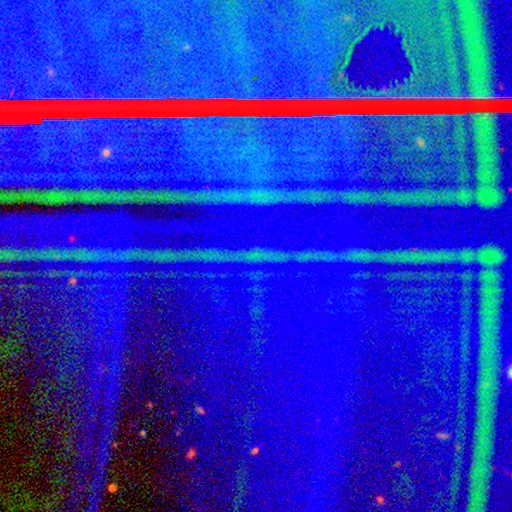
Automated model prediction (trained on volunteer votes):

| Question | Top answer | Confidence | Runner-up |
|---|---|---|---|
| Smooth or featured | star or artifact | 89% | featured or disk (6%) |